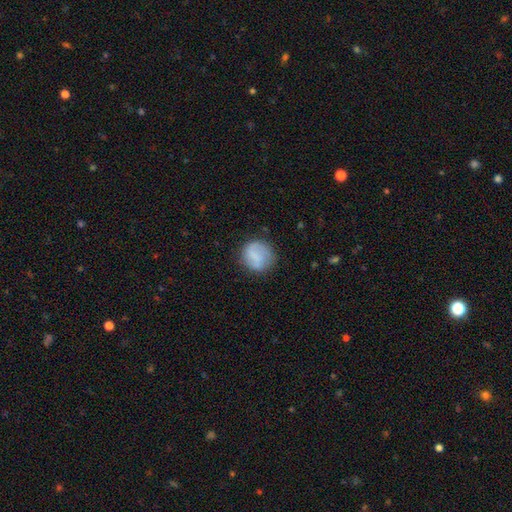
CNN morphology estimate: Smooth or featured: smooth — 67% (featured or disk — 26%)
How rounded: round — 85% (in between — 14%)
Merging: none — 74% (minor disturbance — 17%)